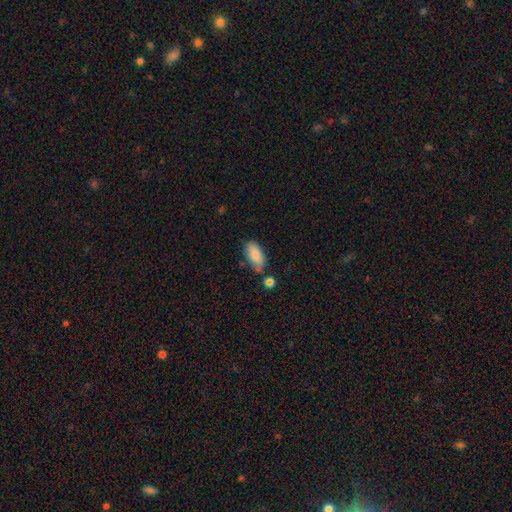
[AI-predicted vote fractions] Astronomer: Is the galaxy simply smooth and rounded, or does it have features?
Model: smooth — 83%.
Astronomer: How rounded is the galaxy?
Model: in between — 90%.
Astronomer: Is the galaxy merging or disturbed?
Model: none — 66%.